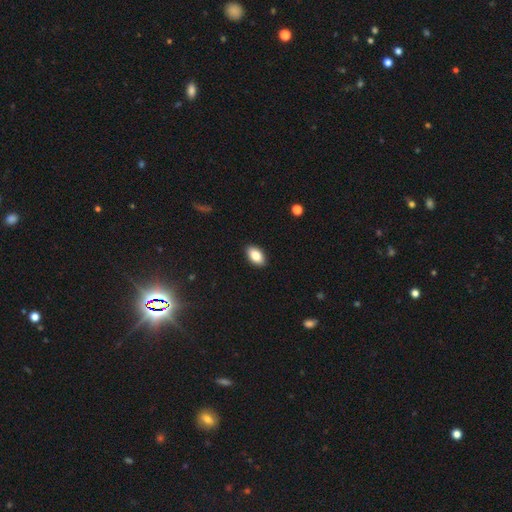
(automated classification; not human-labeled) Smooth or featured?
  - smooth: 85% *
  - featured or disk: 8%
  - star or artifact: 7%
How rounded?
  - in between: 93% *
  - round: 5%
  - cigar-shaped: 2%
Merging?
  - none: 90% *
  - minor disturbance: 7%
  - major disturbance: 2%
  - merger: 1%